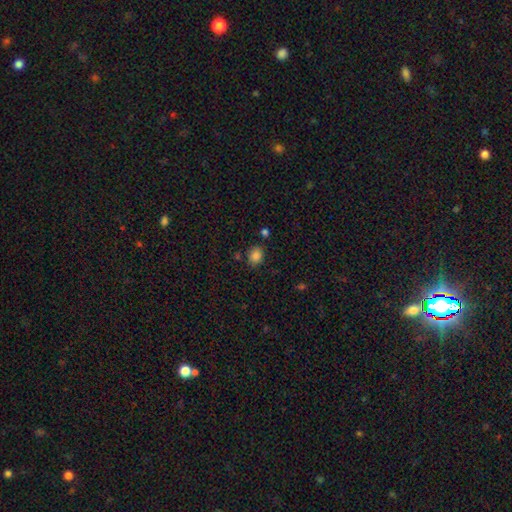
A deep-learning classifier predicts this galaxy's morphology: Overall: smooth (84%). How rounded: round (56%; in between 43%). Merging: none (78%).